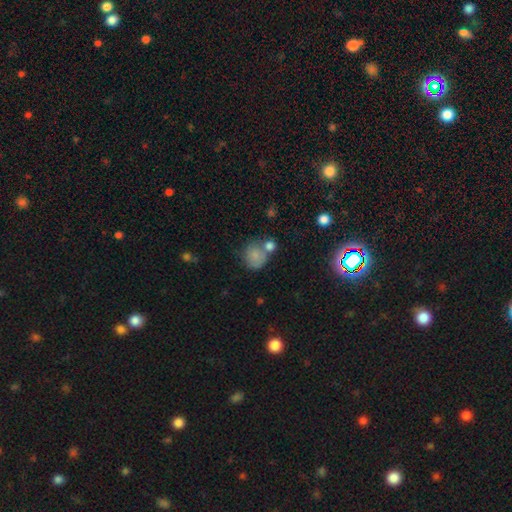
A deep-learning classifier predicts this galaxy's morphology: A smooth galaxy with no disk features (78%) that is round (79%).

Vote fractions:
- Smooth or featured? smooth: 78% / featured or disk: 11% / star or artifact: 10%
- How rounded? round: 79% / in between: 20% / cigar-shaped: 1%
- Merging? none: 42% / merger: 34% / minor disturbance: 16% / major disturbance: 8%